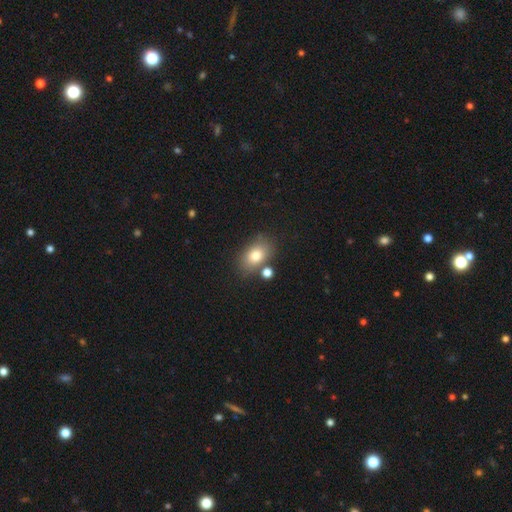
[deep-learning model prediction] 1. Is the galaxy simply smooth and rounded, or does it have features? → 78% smooth, 12% featured or disk, 10% star or artifact.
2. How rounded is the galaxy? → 82% in between, 17% round, 2% cigar-shaped.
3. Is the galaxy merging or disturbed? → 70% none, 14% minor disturbance, 12% merger, 4% major disturbance.